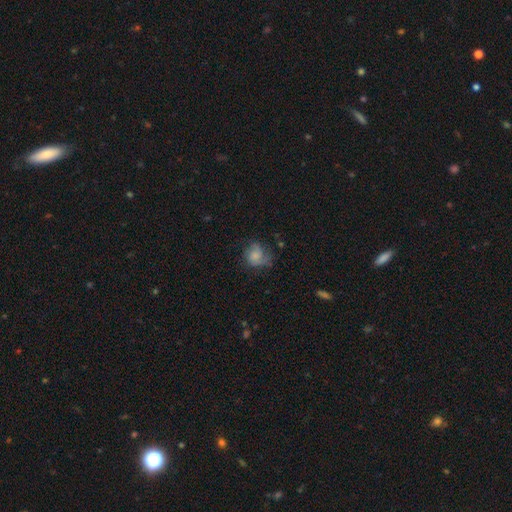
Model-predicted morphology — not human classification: Overall: smooth (59%; featured or disk 30%). How rounded: round (63%; in between 36%). Merging: none (44%; minor disturbance 30%).